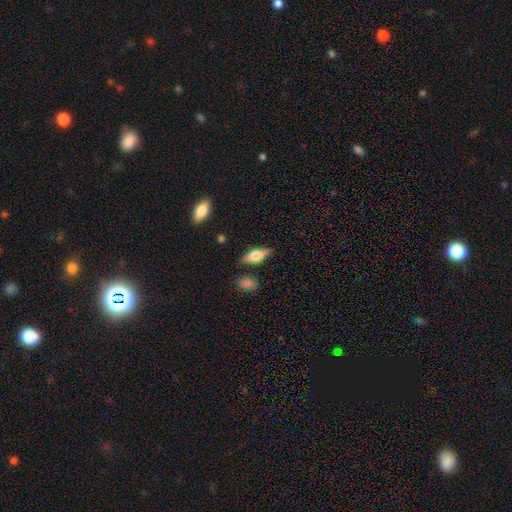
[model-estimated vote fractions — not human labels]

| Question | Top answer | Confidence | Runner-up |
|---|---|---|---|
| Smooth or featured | smooth | 53% | featured or disk (40%) |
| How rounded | in between | 67% | cigar-shaped (30%) |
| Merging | none | 83% | minor disturbance (12%) |